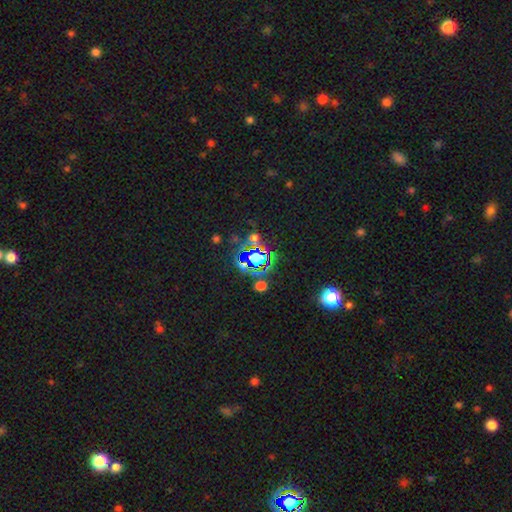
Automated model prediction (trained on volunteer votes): This is likely a star or artifact rather than a galaxy (71%).